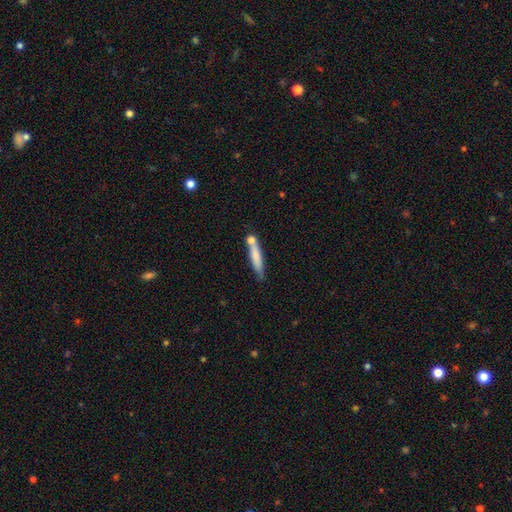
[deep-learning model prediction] This is likely a smooth galaxy (71%). How rounded: clearly cigar-shaped (88%). Merging: possibly none (59%).